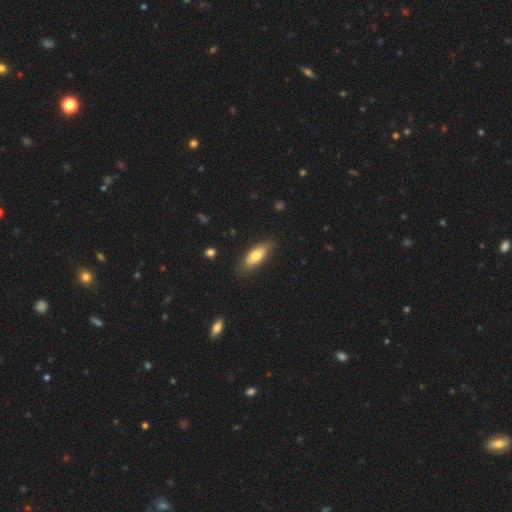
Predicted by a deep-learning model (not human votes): Smooth or featured? smooth (73%)
How rounded? in between (77%)
Merging? none (78%)